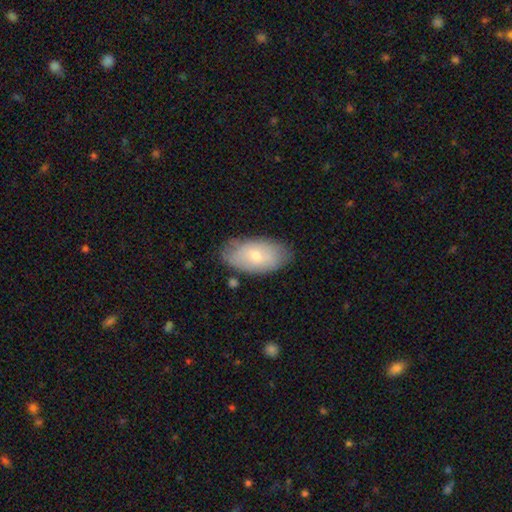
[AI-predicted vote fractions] Smooth or featured? Predicted: smooth (p=0.64). How rounded? Predicted: in between (p=0.94). Merging? Predicted: none (p=0.76).